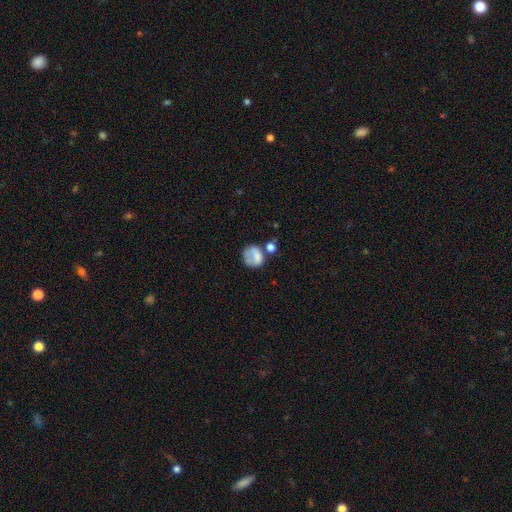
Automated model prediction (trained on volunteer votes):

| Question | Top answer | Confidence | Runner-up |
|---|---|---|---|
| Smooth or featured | smooth | 68% | featured or disk (22%) |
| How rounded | round | 68% | in between (31%) |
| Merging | none | 39% | minor disturbance (22%) |